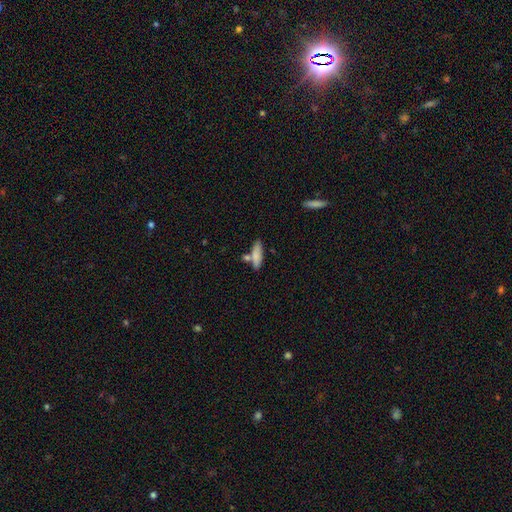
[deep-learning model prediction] Smooth or featured: smooth — 80% (featured or disk — 13%)
How rounded: cigar-shaped — 50% (in between — 48%)
Merging: none — 64% (merger — 18%)